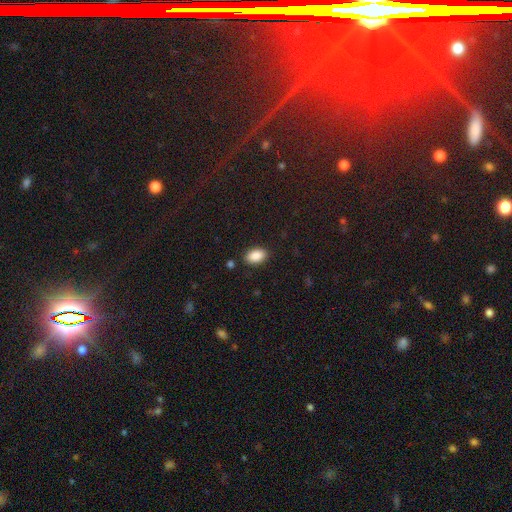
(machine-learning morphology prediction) Overall: smooth (89%). How rounded: in between (90%). Merging: none (88%).